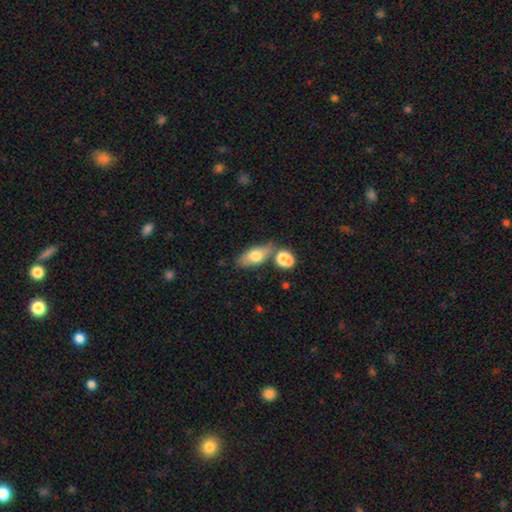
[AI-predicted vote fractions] smooth_or_featured: smooth (p=0.69) [alt: featured or disk p=0.23]
how_rounded: in between (p=0.80) [alt: cigar-shaped p=0.14]
merging: none (p=0.59) [alt: merger p=0.23]